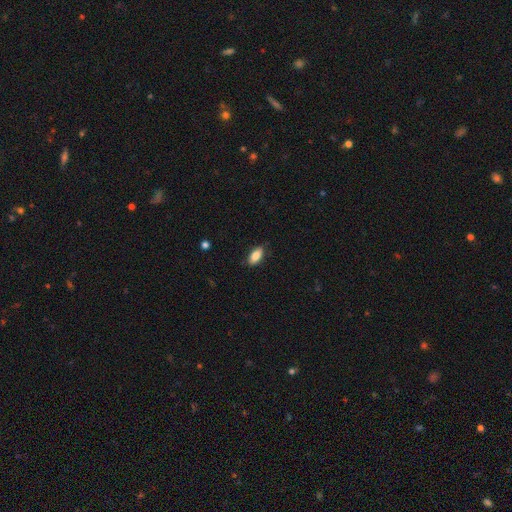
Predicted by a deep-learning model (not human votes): Smooth or featured?
  - smooth: 83% *
  - featured or disk: 10%
  - star or artifact: 7%
How rounded?
  - in between: 86% *
  - cigar-shaped: 11%
  - round: 3%
Merging?
  - none: 82% *
  - minor disturbance: 14%
  - major disturbance: 2%
  - merger: 1%